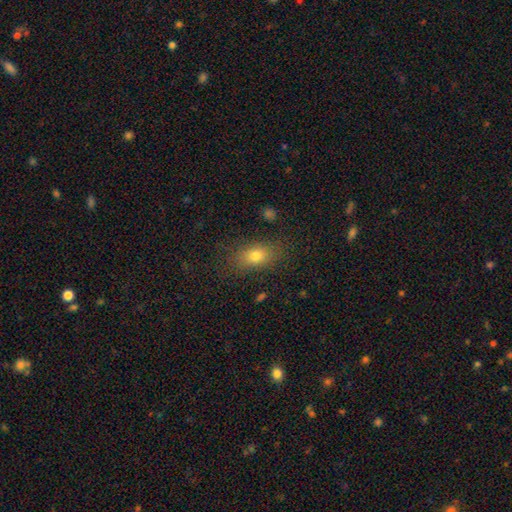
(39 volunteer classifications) A smooth galaxy with no disk features (82%) that is in between round and cigar-shaped (69%).

Vote fractions:
- Smooth or featured? smooth: 82% / featured or disk: 13% / star or artifact: 5%
- How rounded? in between: 69% / round: 28% / cigar-shaped: 3%
- Merging? none: 78% / minor disturbance: 22% / major disturbance: 0% / merger: 0%